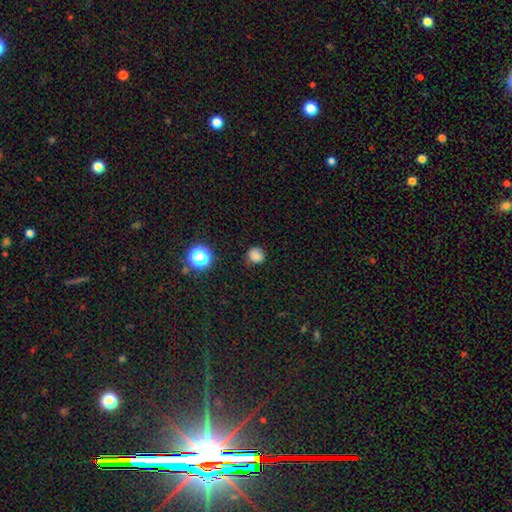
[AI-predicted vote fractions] Q: Smooth or featured?
A: smooth (81%); runner-up: star or artifact (15%)
Q: How rounded?
A: round (88%); runner-up: in between (11%)
Q: Merging?
A: none (82%); runner-up: minor disturbance (13%)